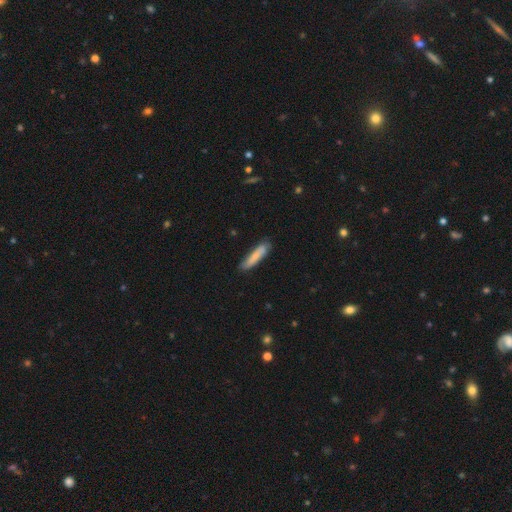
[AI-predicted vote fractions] Q: Smooth or featured?
A: smooth (77%); runner-up: featured or disk (17%)
Q: How rounded?
A: cigar-shaped (83%); runner-up: in between (16%)
Q: Merging?
A: none (81%); runner-up: minor disturbance (15%)